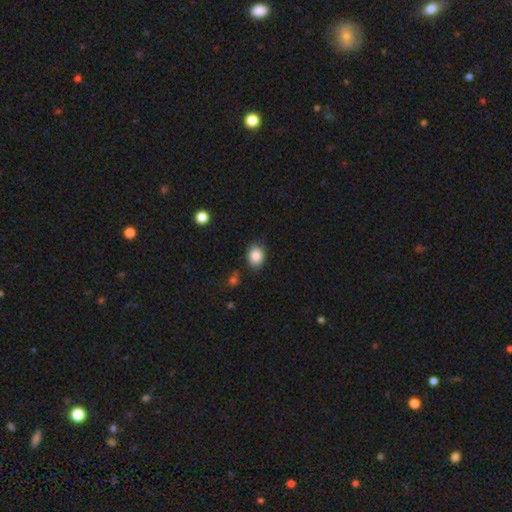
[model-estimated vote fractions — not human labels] smooth_or_featured: smooth (p=0.87) [alt: star or artifact p=0.09]
how_rounded: in between (p=0.57) [alt: round p=0.42]
merging: none (p=0.80) [alt: minor disturbance p=0.15]